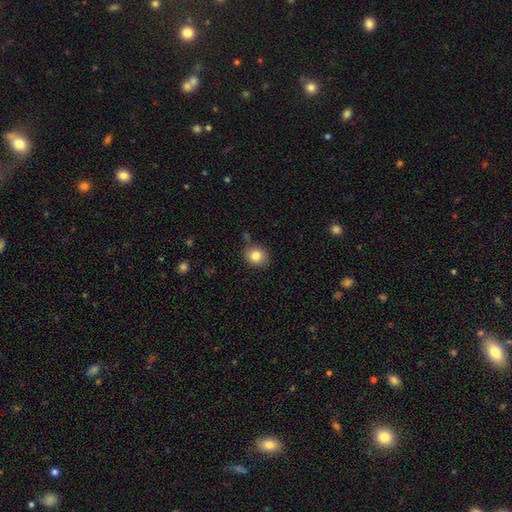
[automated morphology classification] smooth 83%, star or artifact 10%, featured or disk 7%. Down the decision tree: how rounded — round (69%); merging — none (80%).